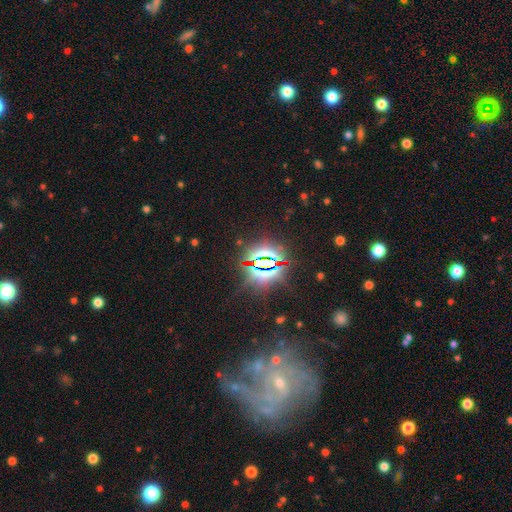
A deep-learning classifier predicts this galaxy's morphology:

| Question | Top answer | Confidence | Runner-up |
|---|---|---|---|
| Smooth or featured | star or artifact | 63% | featured or disk (23%) |